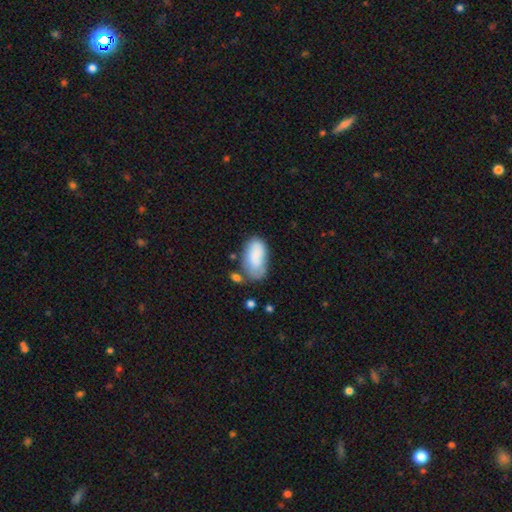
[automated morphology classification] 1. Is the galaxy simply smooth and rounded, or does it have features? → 78% smooth, 15% featured or disk, 7% star or artifact.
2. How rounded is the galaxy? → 94% in between, 3% round, 3% cigar-shaped.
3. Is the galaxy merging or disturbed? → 46% none, 30% minor disturbance, 12% major disturbance, 12% merger.